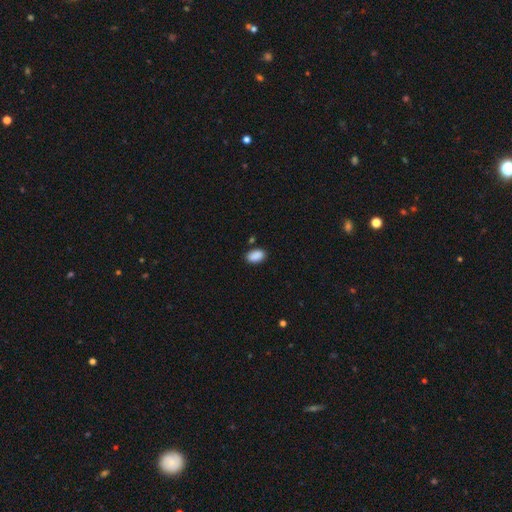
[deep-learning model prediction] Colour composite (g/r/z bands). It shows a smooth galaxy with no disk features (89%) that is in between round and cigar-shaped (92%). Merging: none (84%).